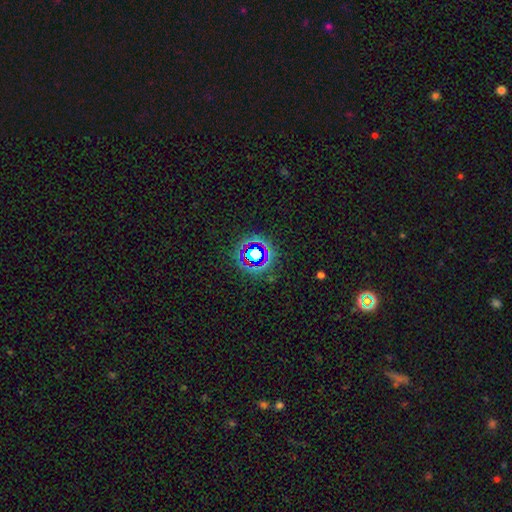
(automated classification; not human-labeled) smooth-or-featured: star or artifact: 64% | smooth: 23% | featured or disk: 13%